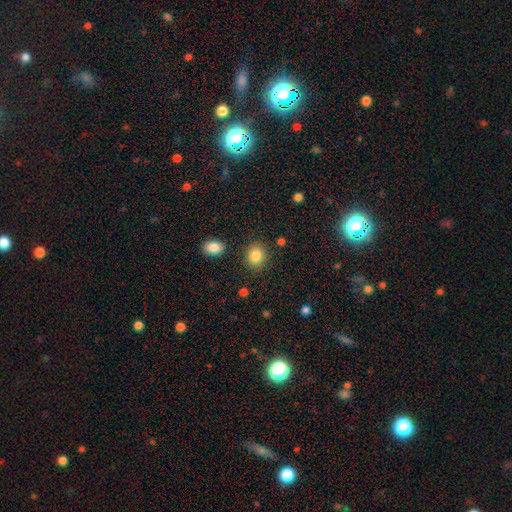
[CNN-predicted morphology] Smooth or featured?
  - smooth: 86% *
  - star or artifact: 9%
  - featured or disk: 5%
How rounded?
  - round: 68% *
  - in between: 31%
  - cigar-shaped: 1%
Merging?
  - none: 86% *
  - minor disturbance: 8%
  - merger: 3%
  - major disturbance: 3%